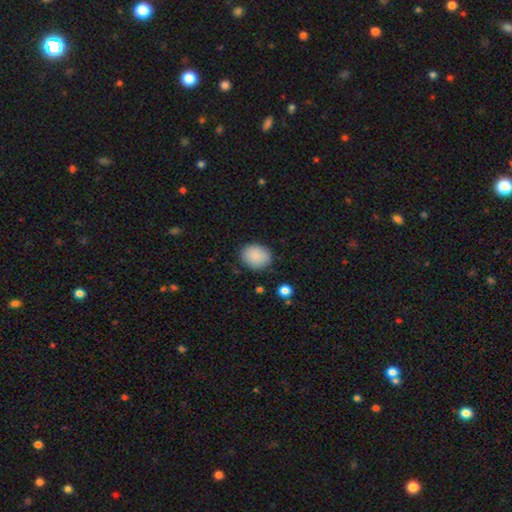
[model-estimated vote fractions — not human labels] A smooth galaxy with no disk features (89%) that is round (50%).

Vote fractions:
- Smooth or featured? smooth: 89% / star or artifact: 7% / featured or disk: 4%
- How rounded? round: 50% / in between: 49% / cigar-shaped: 1%
- Merging? none: 85% / minor disturbance: 11% / major disturbance: 3% / merger: 1%